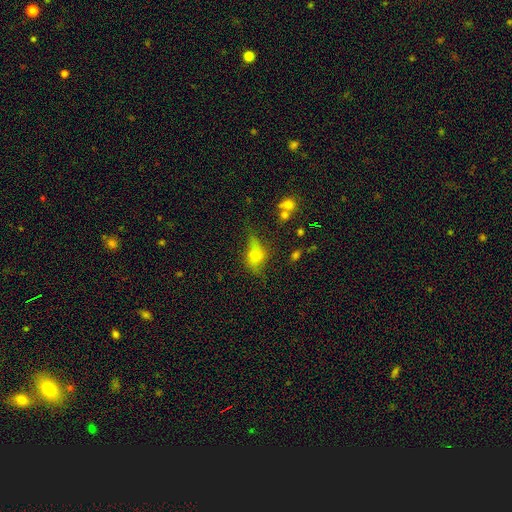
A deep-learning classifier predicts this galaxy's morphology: smooth_or_featured: smooth (p=0.54) [alt: featured or disk p=0.30]
how_rounded: in between (p=0.69) [alt: round p=0.25]
merging: none (p=0.45) [alt: minor disturbance p=0.26]